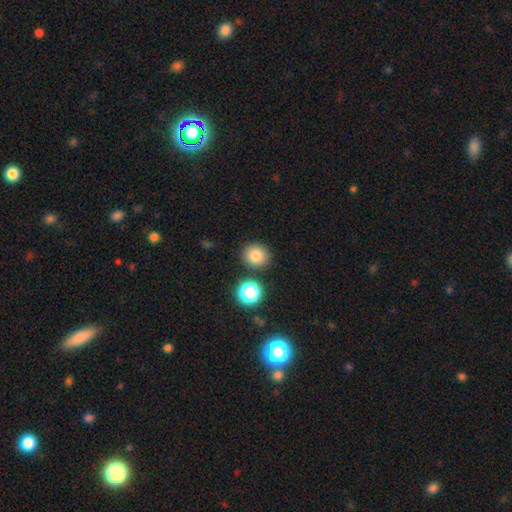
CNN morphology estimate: This is clearly a smooth galaxy (81%). How rounded: clearly round (86%). Merging: clearly none (84%).